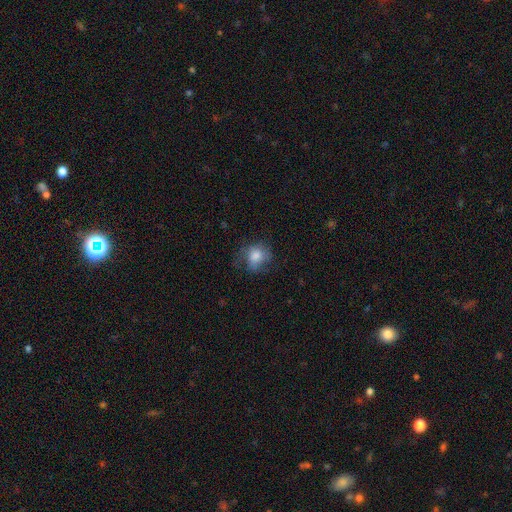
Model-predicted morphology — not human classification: smooth 72%, featured or disk 19%, star or artifact 9%. Down the decision tree: how rounded — round (64%); merging — none (56%).